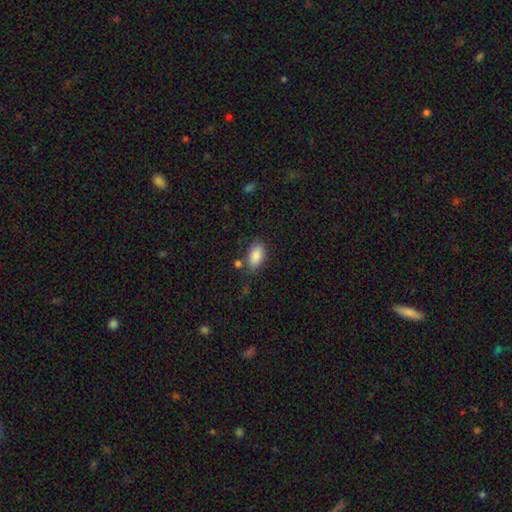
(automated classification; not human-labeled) smooth-or-featured: smooth: 88% | star or artifact: 7% | featured or disk: 5%
  how-rounded: in between: 93% | round: 5% | cigar-shaped: 3%
  merging: none: 73% | minor disturbance: 15% | merger: 7% | major disturbance: 4%